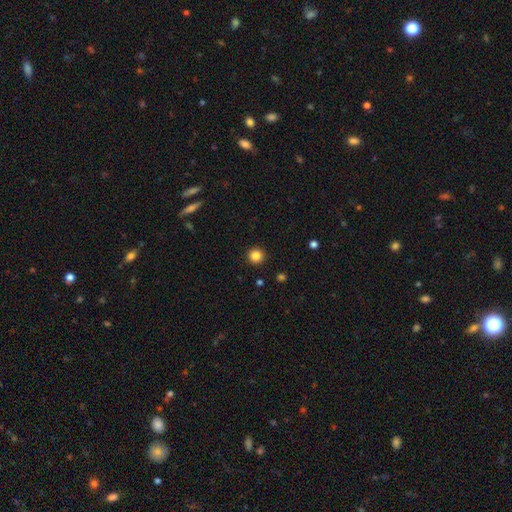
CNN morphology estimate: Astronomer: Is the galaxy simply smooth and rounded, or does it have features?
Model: smooth — 85%.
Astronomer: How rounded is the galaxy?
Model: round — 95%.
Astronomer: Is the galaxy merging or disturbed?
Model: none — 93%.